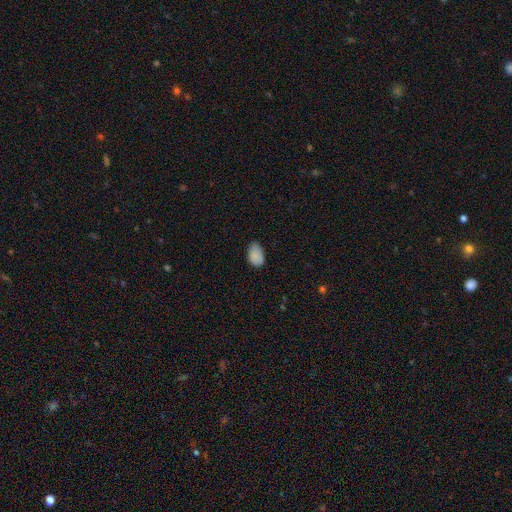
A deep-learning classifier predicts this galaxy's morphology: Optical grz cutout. It shows a smooth galaxy with no disk features (85%) that is in between round and cigar-shaped (89%). Merging: none (63%).